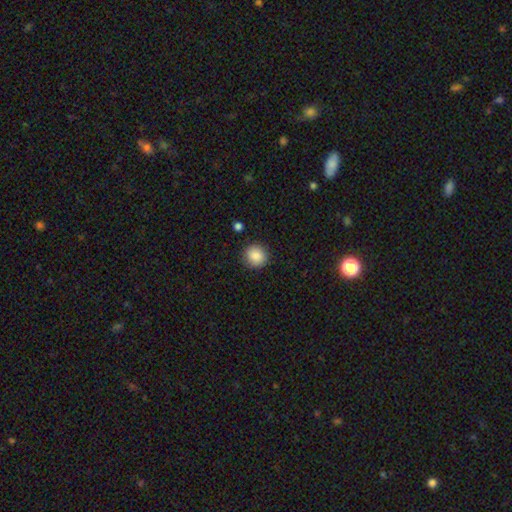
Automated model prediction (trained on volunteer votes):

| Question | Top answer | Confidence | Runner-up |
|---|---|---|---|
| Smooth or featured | smooth | 87% | star or artifact (9%) |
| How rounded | round | 92% | in between (7%) |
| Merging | none | 89% | minor disturbance (7%) |